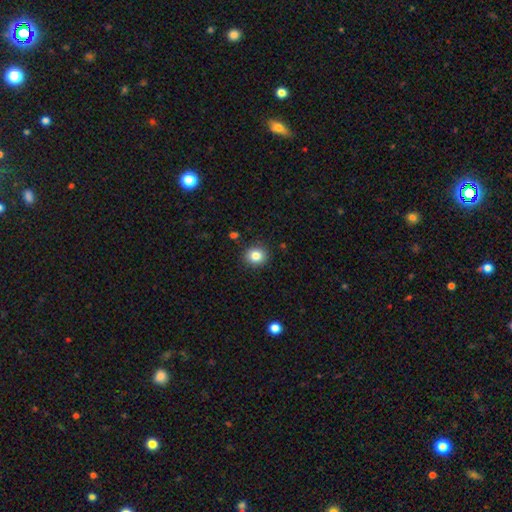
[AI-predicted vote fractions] Smooth or featured? smooth (83%)
How rounded? round (86%)
Merging? none (90%)